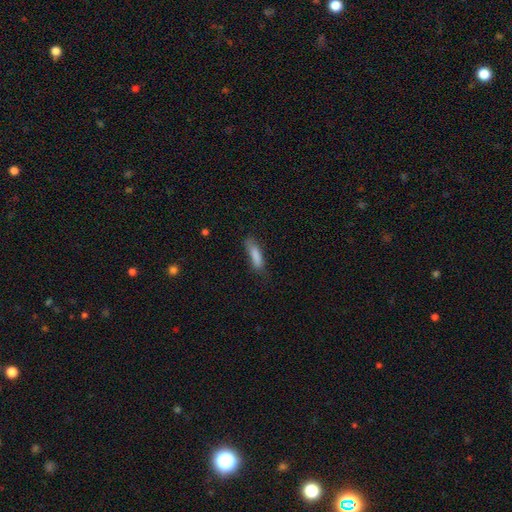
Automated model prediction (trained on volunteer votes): The model was most divided on "how rounded": cigar-shaped: 65%, in between: 33%, round: 2%. More confident: smooth or featured — smooth (83%); merging — none (62%).